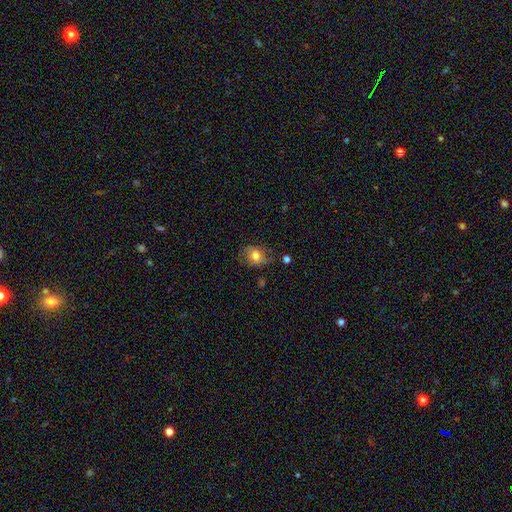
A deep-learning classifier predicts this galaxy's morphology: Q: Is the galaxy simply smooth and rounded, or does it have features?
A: smooth — 76%.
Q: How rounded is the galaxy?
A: round — 51%.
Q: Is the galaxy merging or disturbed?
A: none — 67%.